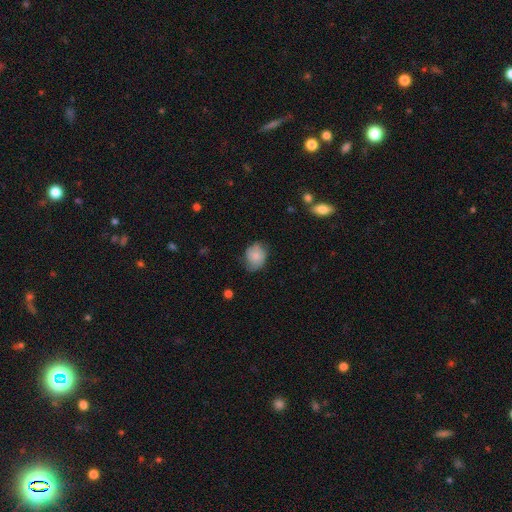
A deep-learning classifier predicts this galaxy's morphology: smooth-or-featured: smooth: 78% | featured or disk: 14% | star or artifact: 8%
  how-rounded: round: 51% | in between: 48% | cigar-shaped: 1%
  merging: none: 63% | minor disturbance: 29% | major disturbance: 7% | merger: 1%